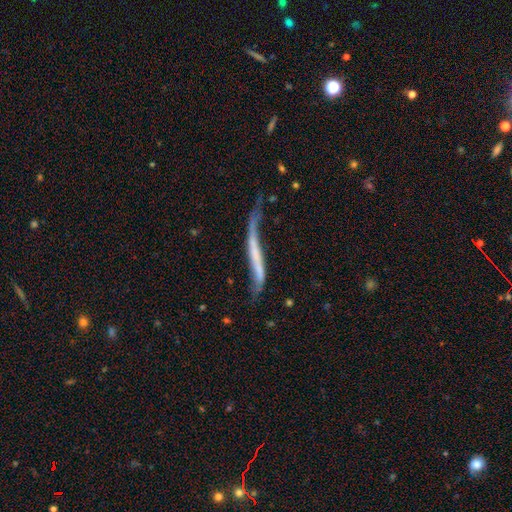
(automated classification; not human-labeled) This appears to be a featured or disk galaxy (61%) viewed edge-on (59%). Merging: major disturbance (33%).